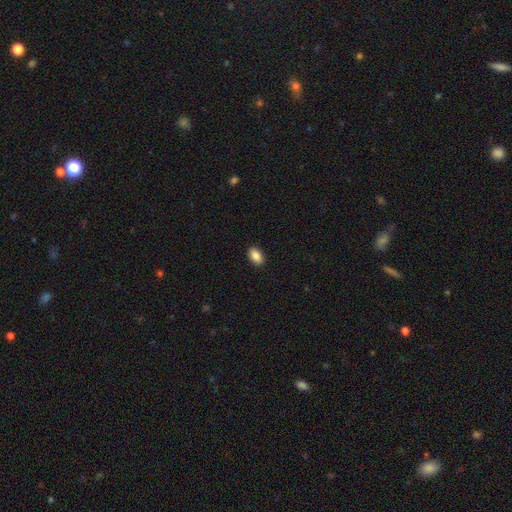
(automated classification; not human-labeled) Smooth or featured? Predicted: smooth (p=0.88). How rounded? Predicted: in between (p=0.90). Merging? Predicted: none (p=0.91).